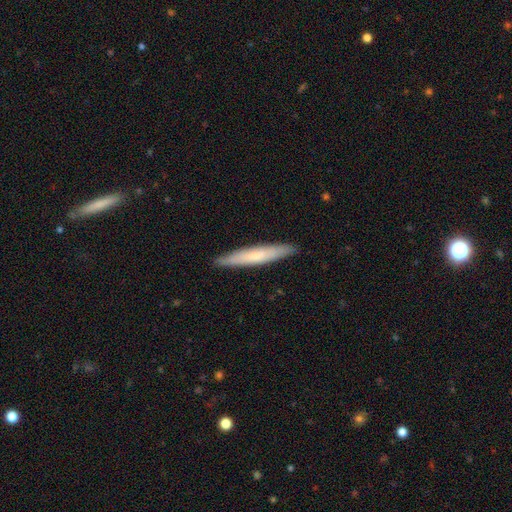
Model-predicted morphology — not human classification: Smooth or featured?
  - smooth: 64% *
  - featured or disk: 30%
  - star or artifact: 5%
How rounded?
  - cigar-shaped: 94% *
  - in between: 5%
  - round: 1%
Merging?
  - none: 91% *
  - minor disturbance: 7%
  - major disturbance: 1%
  - merger: 1%